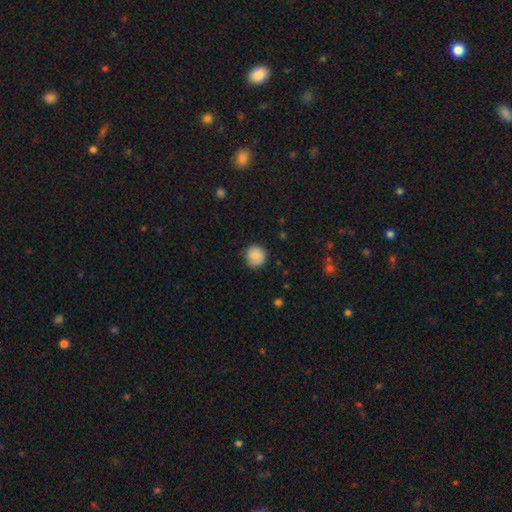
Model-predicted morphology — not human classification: Smooth or featured? Predicted: smooth (p=0.84). How rounded? Predicted: round (p=0.92). Merging? Predicted: none (p=0.83).